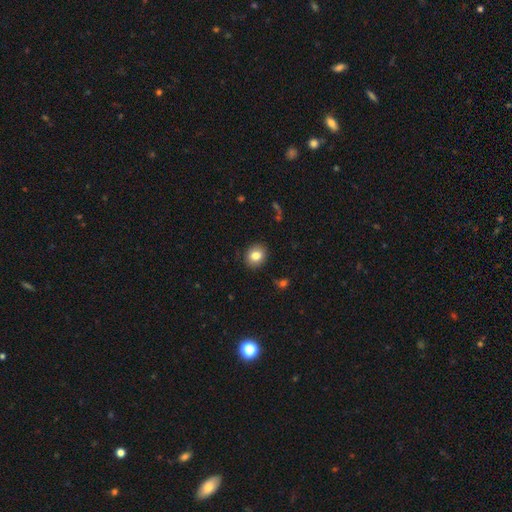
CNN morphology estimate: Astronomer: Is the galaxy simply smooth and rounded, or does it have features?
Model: smooth — 82%.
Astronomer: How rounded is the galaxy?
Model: round — 69%.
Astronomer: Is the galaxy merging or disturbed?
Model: none — 90%.